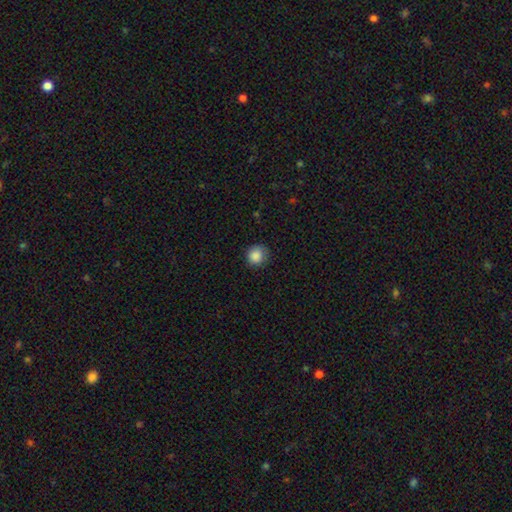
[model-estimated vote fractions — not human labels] smooth 87%, star or artifact 9%, featured or disk 4%. Down the decision tree: how rounded — round (89%); merging — none (78%).